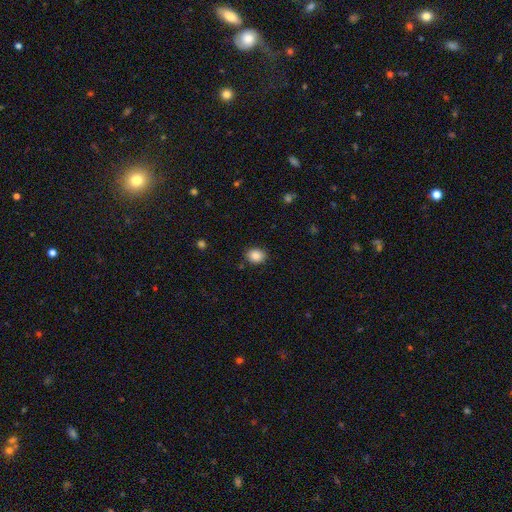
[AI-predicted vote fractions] A smooth galaxy with no disk features (87%) that is round (52%).

Vote fractions:
- Smooth or featured? smooth: 87% / star or artifact: 9% / featured or disk: 4%
- How rounded? round: 52% / in between: 47% / cigar-shaped: 1%
- Merging? none: 86% / minor disturbance: 10% / major disturbance: 2% / merger: 1%